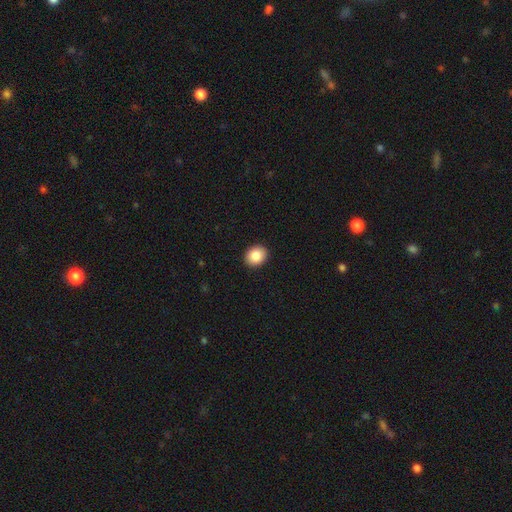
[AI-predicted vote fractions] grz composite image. It shows a smooth galaxy with no disk features (87%) that is round (59%). Merging: none (92%).